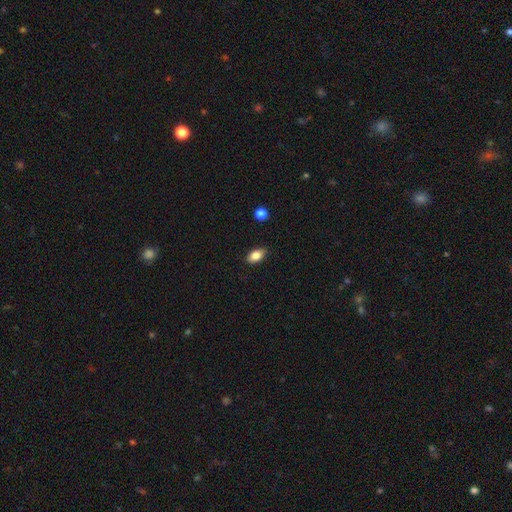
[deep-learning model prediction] Morphology: type=smooth (83%); roundness=in between (89%); merging=none (86%).